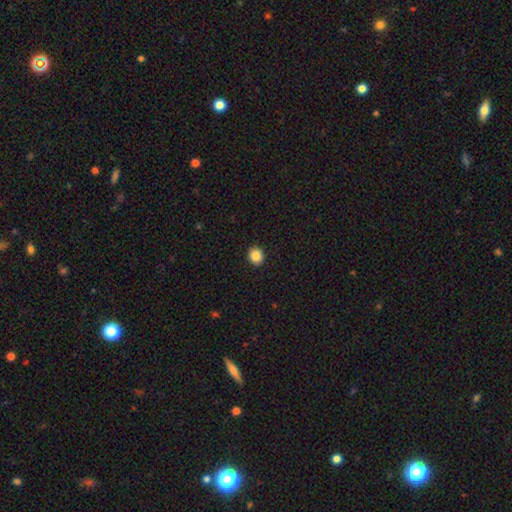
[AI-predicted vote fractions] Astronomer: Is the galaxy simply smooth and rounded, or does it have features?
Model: smooth — 86%.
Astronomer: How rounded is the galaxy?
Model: round — 78%.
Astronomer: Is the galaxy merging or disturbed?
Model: none — 93%.